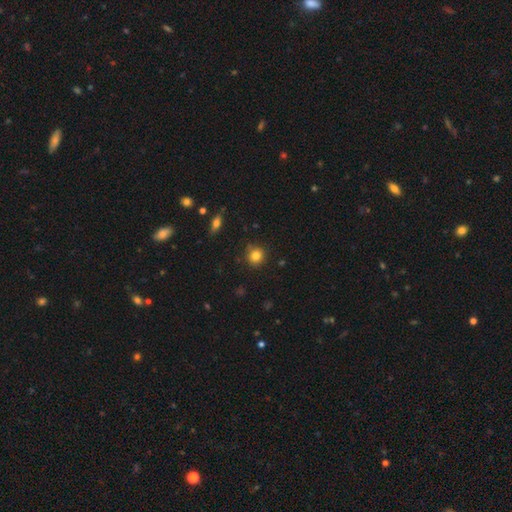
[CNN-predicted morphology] This is clearly a smooth galaxy (82%). How rounded: clearly round (90%). Merging: clearly none (87%).